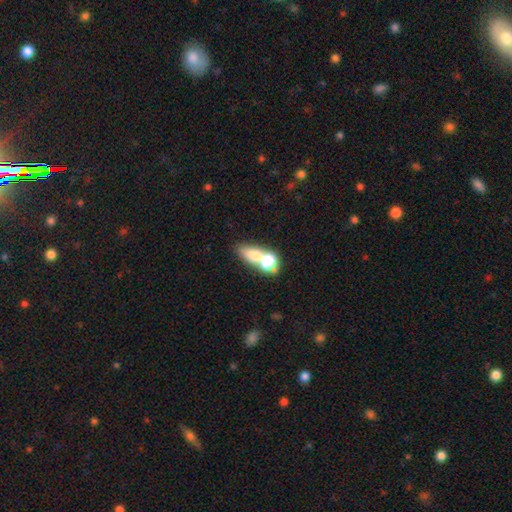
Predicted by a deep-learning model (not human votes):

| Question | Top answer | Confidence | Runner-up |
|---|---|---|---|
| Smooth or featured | smooth | 67% | featured or disk (23%) |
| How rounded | in between | 64% | round (26%) |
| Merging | merger | 69% | none (19%) |